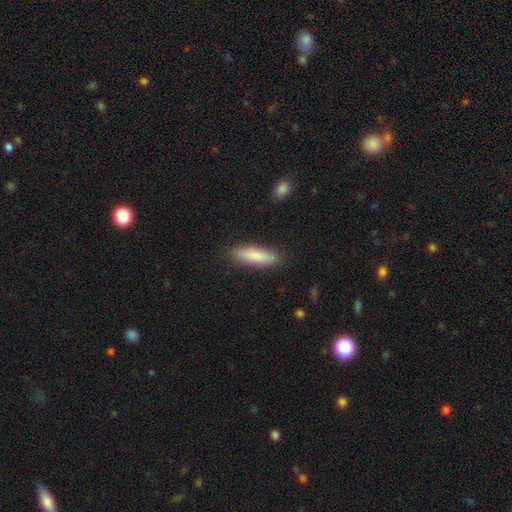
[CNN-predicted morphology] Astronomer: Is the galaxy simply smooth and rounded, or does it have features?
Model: smooth — 84%.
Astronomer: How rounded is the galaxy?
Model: cigar-shaped — 70%.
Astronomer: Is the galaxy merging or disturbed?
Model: none — 88%.